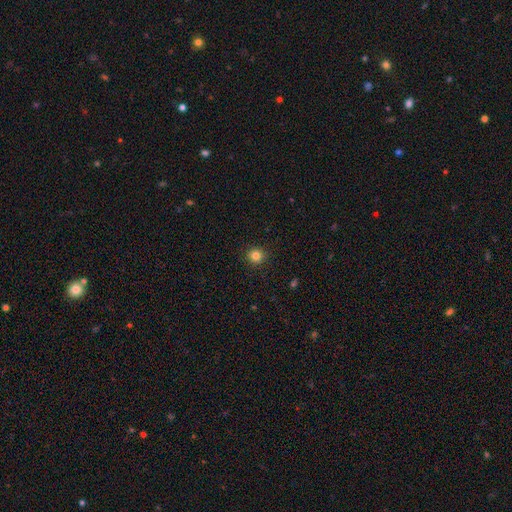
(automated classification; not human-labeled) smooth 83%, star or artifact 12%, featured or disk 5%. Down the decision tree: how rounded — round (91%); merging — none (92%).